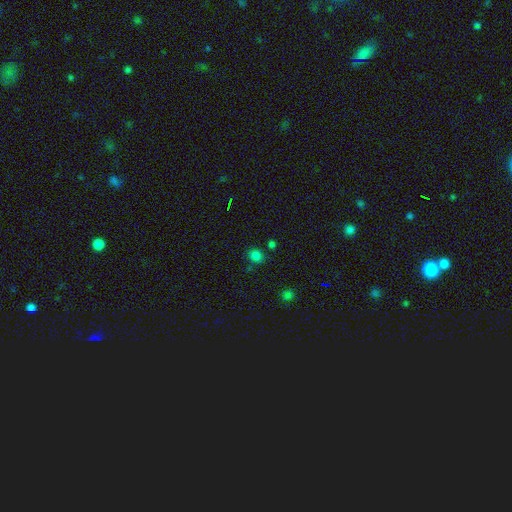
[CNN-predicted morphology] Smooth or featured: smooth — 77% (star or artifact — 19%)
How rounded: round — 68% (in between — 31%)
Merging: none — 80% (minor disturbance — 11%)